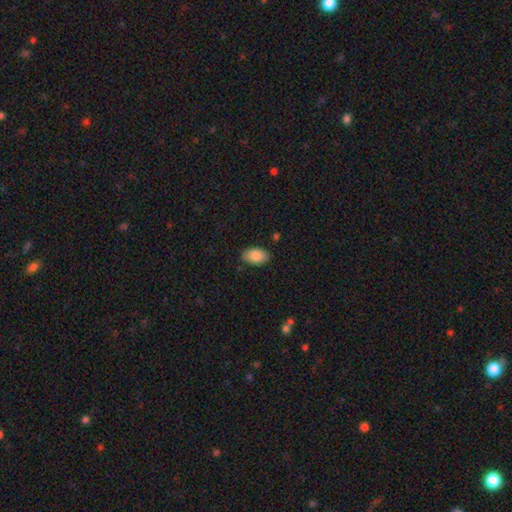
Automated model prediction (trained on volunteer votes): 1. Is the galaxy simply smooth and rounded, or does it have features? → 86% smooth, 7% featured or disk, 7% star or artifact.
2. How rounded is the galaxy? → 92% in between, 6% round, 1% cigar-shaped.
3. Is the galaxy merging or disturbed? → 82% none, 13% minor disturbance, 3% major disturbance, 1% merger.